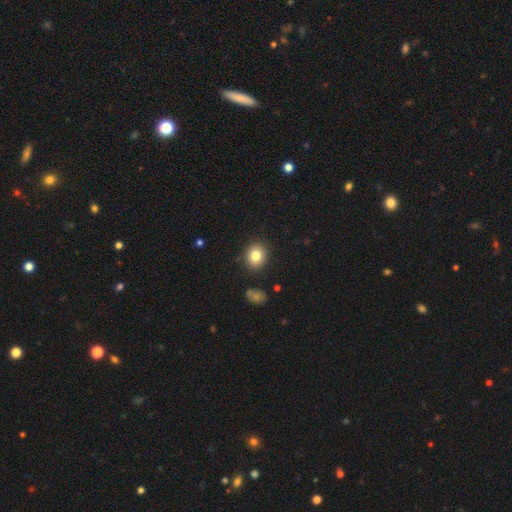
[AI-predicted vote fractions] Morphology: type=smooth (81%); roundness=round (71%); merging=none (88%).